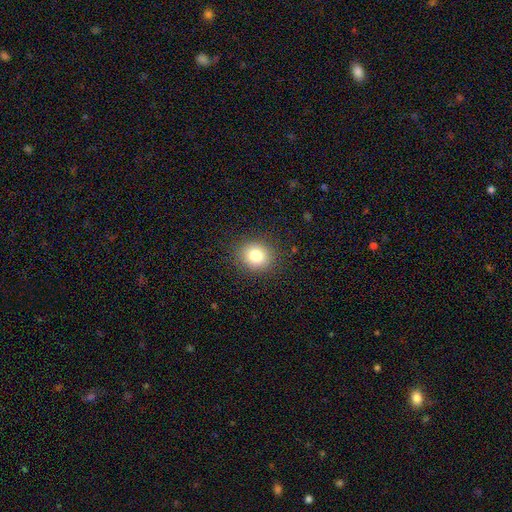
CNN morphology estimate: smooth-or-featured: smooth: 82% | star or artifact: 11% | featured or disk: 7%
  how-rounded: round: 77% | in between: 22% | cigar-shaped: 1%
  merging: none: 88% | minor disturbance: 8% | major disturbance: 3% | merger: 1%